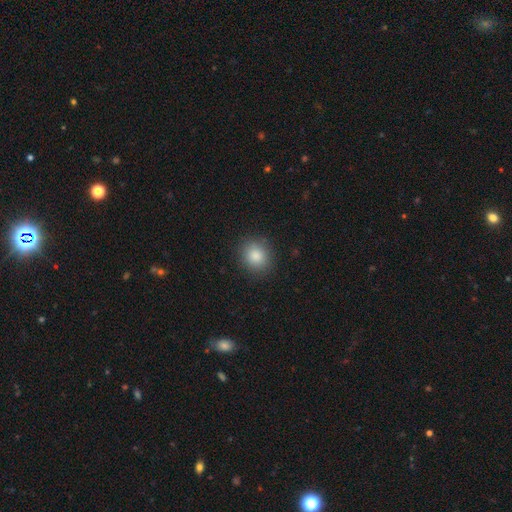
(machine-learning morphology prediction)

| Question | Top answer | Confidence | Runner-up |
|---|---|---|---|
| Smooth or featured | smooth | 86% | star or artifact (9%) |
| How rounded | round | 78% | in between (21%) |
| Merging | none | 89% | minor disturbance (8%) |